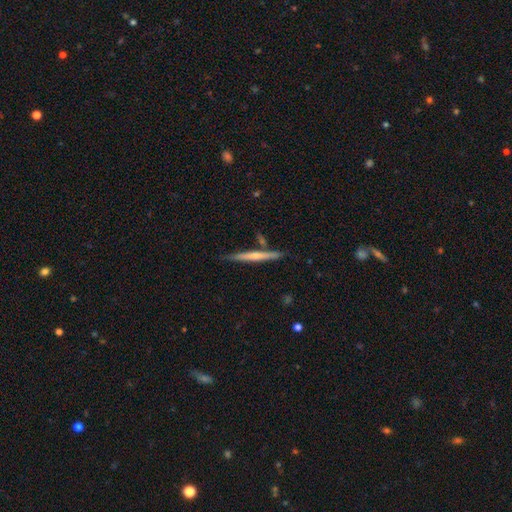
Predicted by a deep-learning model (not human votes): smooth-or-featured: featured or disk: 52% | smooth: 42% | star or artifact: 6%
  disk-edge-on: yes: 97% | no: 3%
    edge-on-bulge: none: 48% | rounded: 46% | boxy: 6%
  merging: none: 80% | minor disturbance: 11% | merger: 6% | major disturbance: 2%